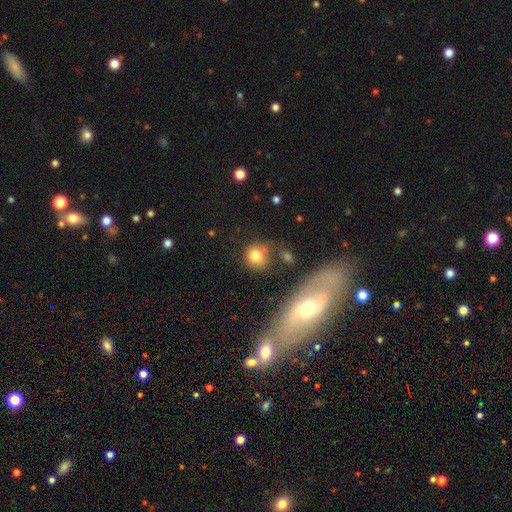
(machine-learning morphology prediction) Smooth or featured: smooth — 78% (star or artifact — 12%)
How rounded: round — 77% (in between — 21%)
Merging: none — 59% (minor disturbance — 19%)